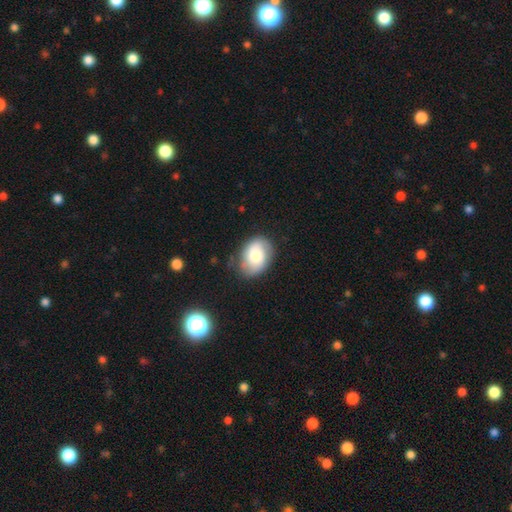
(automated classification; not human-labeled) A smooth galaxy with no disk features (65%) that is in between round and cigar-shaped (70%). Merging: none (76%).